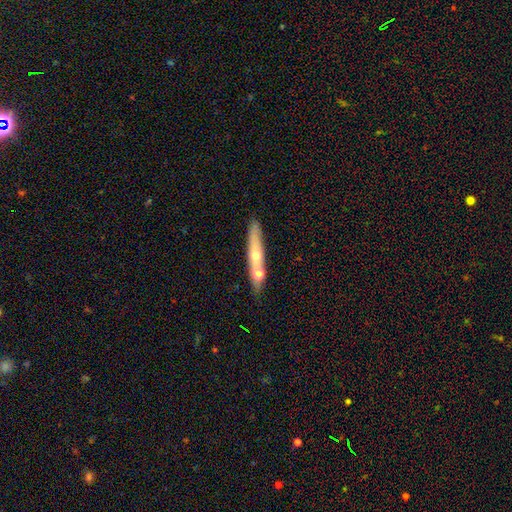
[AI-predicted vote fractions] featured or disk 50%, smooth 43%, star or artifact 7%. Down the decision tree: merging — none (63%).